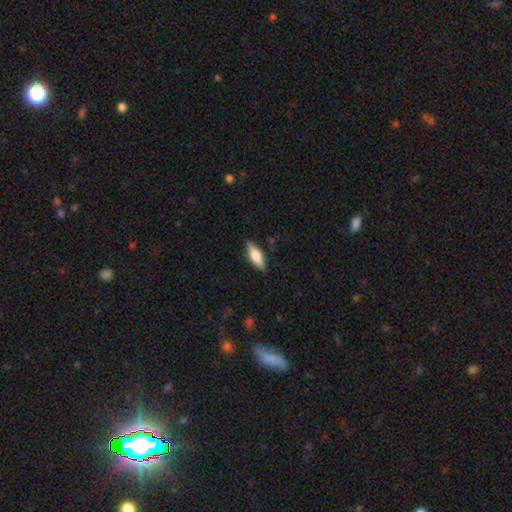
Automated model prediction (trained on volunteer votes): smooth 59%, featured or disk 35%, star or artifact 6%. Down the decision tree: how rounded — in between (62%); merging — none (86%).